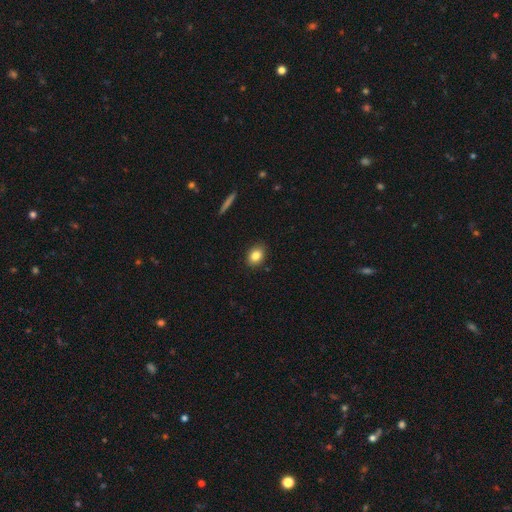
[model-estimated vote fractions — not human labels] A smooth galaxy with no disk features (84%) that is in between round and cigar-shaped (68%). Merging: none (88%).